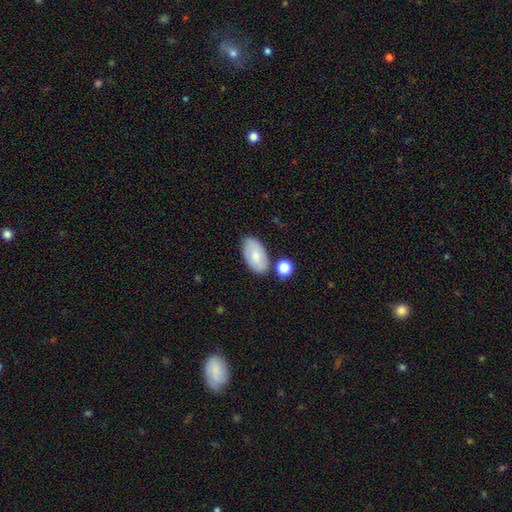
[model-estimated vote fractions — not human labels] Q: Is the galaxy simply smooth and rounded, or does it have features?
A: smooth — 74%.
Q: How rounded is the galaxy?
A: in between — 95%.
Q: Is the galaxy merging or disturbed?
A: none — 73%.